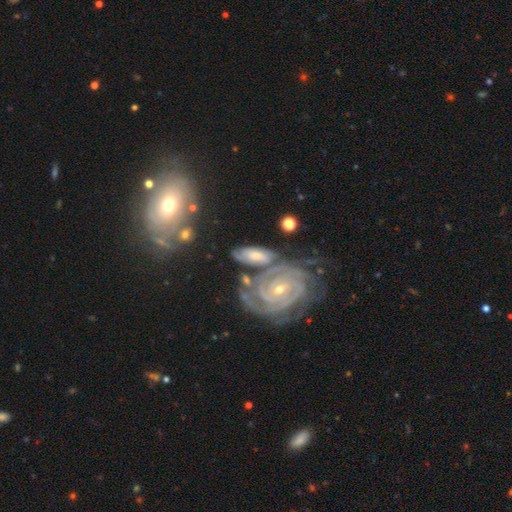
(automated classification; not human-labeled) smooth_or_featured: featured or disk (p=0.71) [alt: smooth p=0.22]
disk_edge_on: no (p=0.93) [alt: yes p=0.07]
bar: no (p=0.52) [alt: weak p=0.33]
has_spiral_arms: yes (p=0.93) [alt: no p=0.07]
spiral_winding: tight (p=0.77) [alt: medium p=0.19]
spiral_arm_count: can't tell (p=0.31) [alt: 2 p=0.27]
bulge_size: small (p=0.56) [alt: moderate p=0.37]
merging: none (p=0.48) [alt: merger p=0.26]